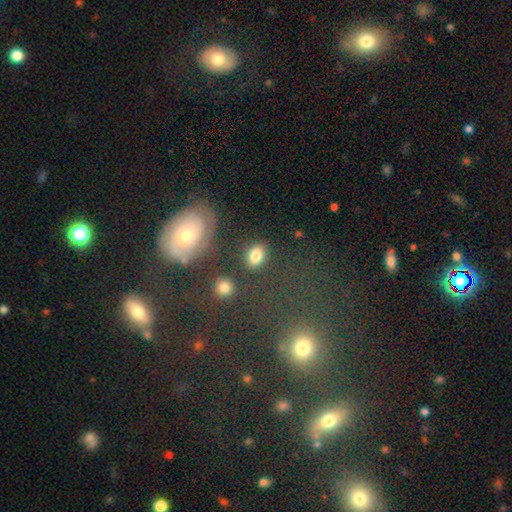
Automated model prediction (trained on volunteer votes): A smooth galaxy with no disk features (82%) that is in between round and cigar-shaped (73%). Merging: none (79%).